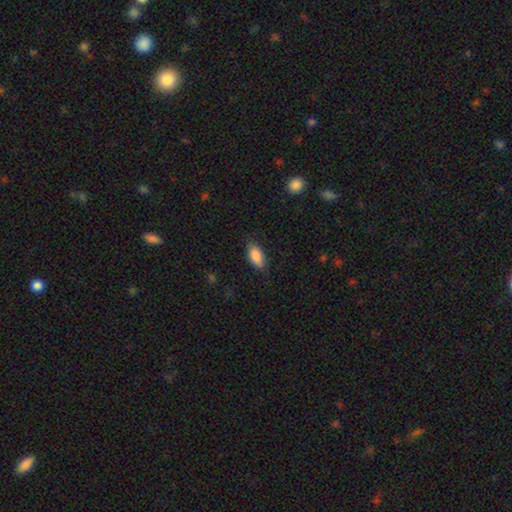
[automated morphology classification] smooth 87%, star or artifact 6%, featured or disk 6%. Down the decision tree: how rounded — in between (90%); merging — none (79%).